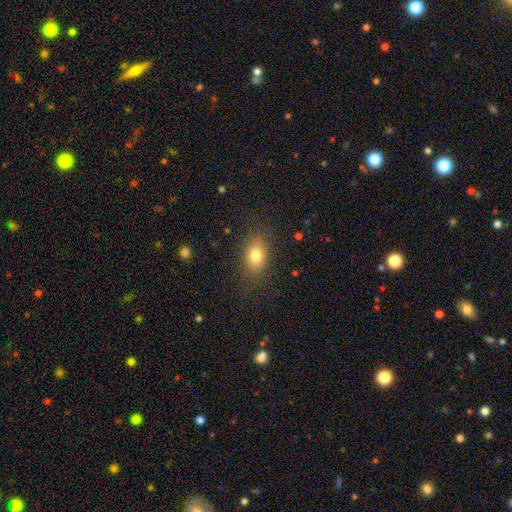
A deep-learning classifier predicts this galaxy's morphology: smooth-or-featured: smooth: 78% | featured or disk: 12% | star or artifact: 11%
  how-rounded: in between: 78% | round: 19% | cigar-shaped: 3%
  merging: none: 80% | minor disturbance: 13% | major disturbance: 5% | merger: 1%